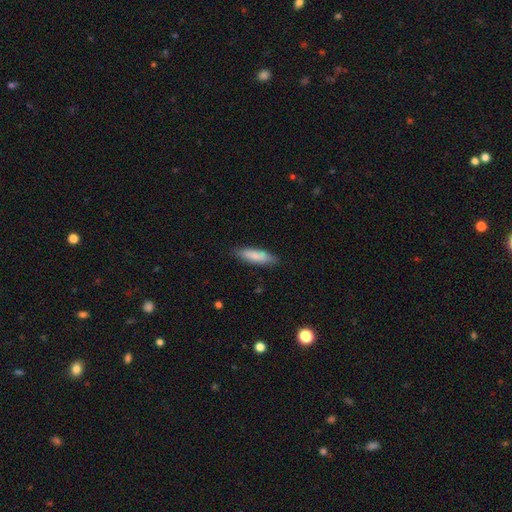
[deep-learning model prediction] This is clearly a smooth galaxy (83%). How rounded: likely cigar-shaped (61%). Merging: clearly none (83%).